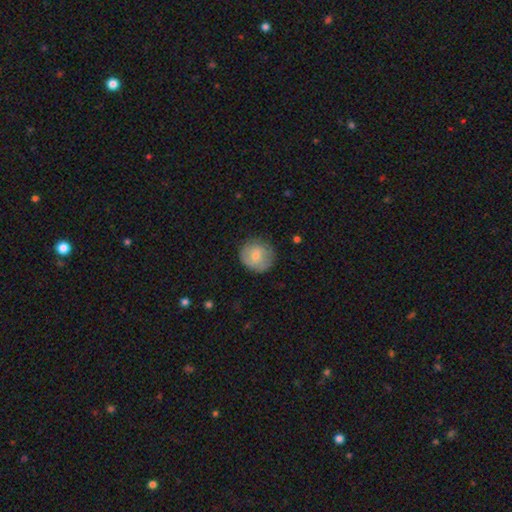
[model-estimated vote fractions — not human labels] smooth 68%, featured or disk 25%, star or artifact 7%. Down the decision tree: how rounded — round (91%); merging — none (78%).